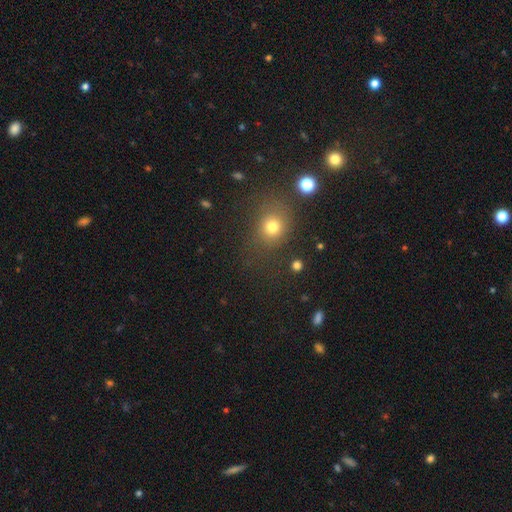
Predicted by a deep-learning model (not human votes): smooth-or-featured: smooth: 59% | star or artifact: 33% | featured or disk: 8%
  how-rounded: round: 68% | in between: 30% | cigar-shaped: 1%
  merging: none: 82% | minor disturbance: 9% | merger: 5% | major disturbance: 4%